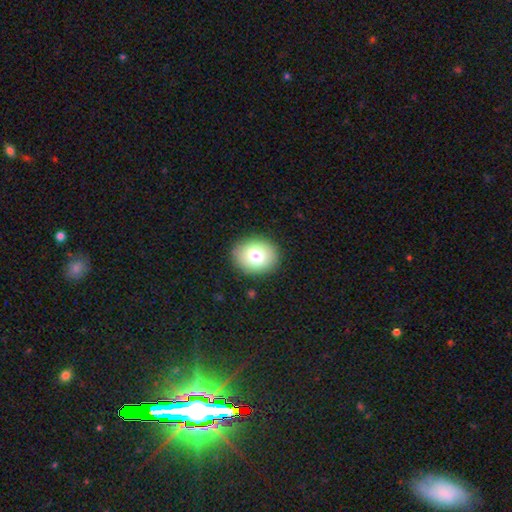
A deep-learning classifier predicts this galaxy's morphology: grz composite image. It shows a smooth galaxy with no disk features (78%) that is round (55%). Merging: none (88%).